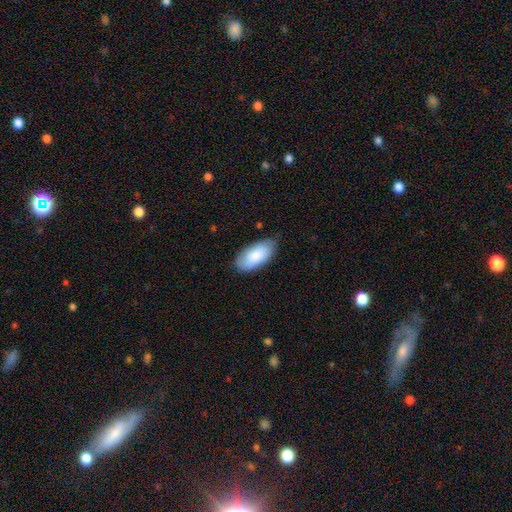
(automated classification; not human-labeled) Morphology: type=smooth (85%); roundness=in between (94%); merging=none (76%).